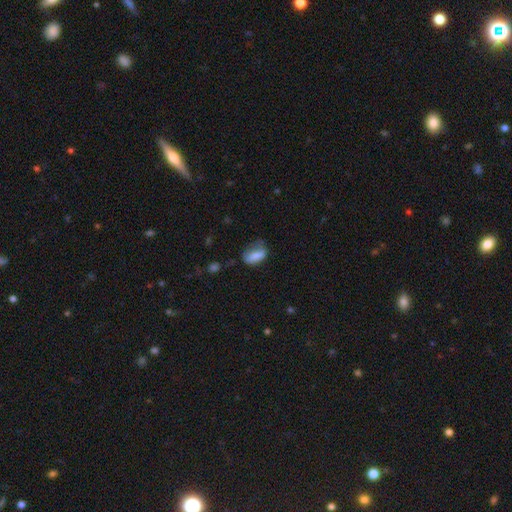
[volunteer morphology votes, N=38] A smooth galaxy with no disk features (76%) that is in between round and cigar-shaped (83%). Merging: none (37%).